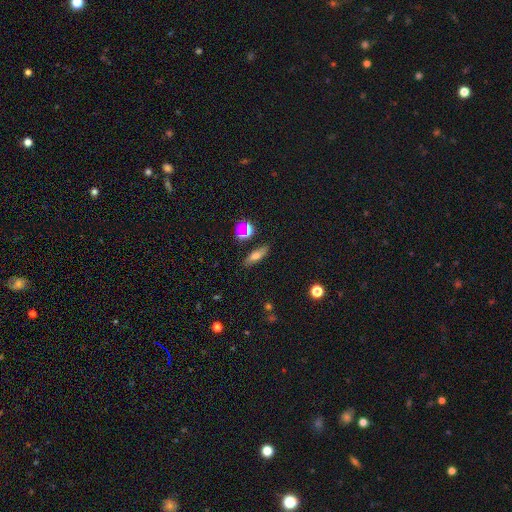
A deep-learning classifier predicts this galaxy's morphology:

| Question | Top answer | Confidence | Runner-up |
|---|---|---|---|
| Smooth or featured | smooth | 64% | featured or disk (22%) |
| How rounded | in between | 48% | cigar-shaped (45%) |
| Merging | none | 81% | minor disturbance (12%) |